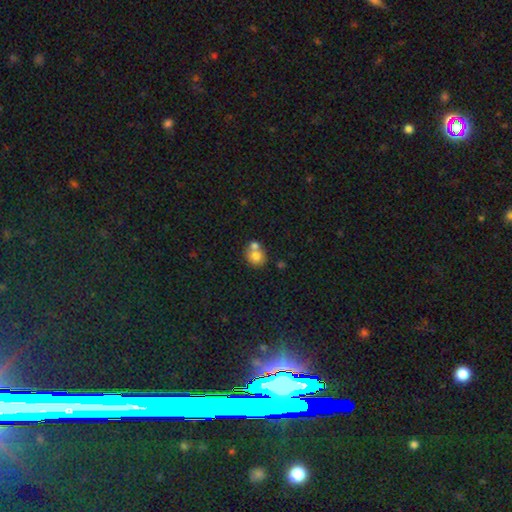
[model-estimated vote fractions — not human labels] Smooth or featured?
  - smooth: 75% *
  - featured or disk: 15%
  - star or artifact: 10%
How rounded?
  - round: 77% *
  - in between: 22%
  - cigar-shaped: 1%
Merging?
  - merger: 46% *
  - none: 43%
  - minor disturbance: 8%
  - major disturbance: 3%